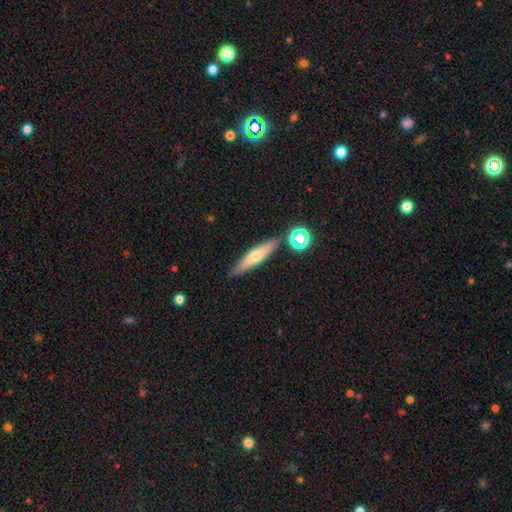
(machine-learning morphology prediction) smooth 53%, featured or disk 38%, star or artifact 9%. Down the decision tree: how rounded — cigar-shaped (83%); merging — none (83%).